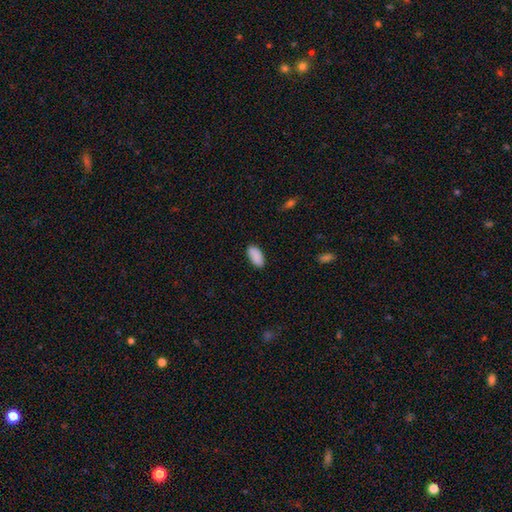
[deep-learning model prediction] This appears to be a smooth galaxy with no disk features (89%) that is in between round and cigar-shaped (93%). Merging: none (85%).